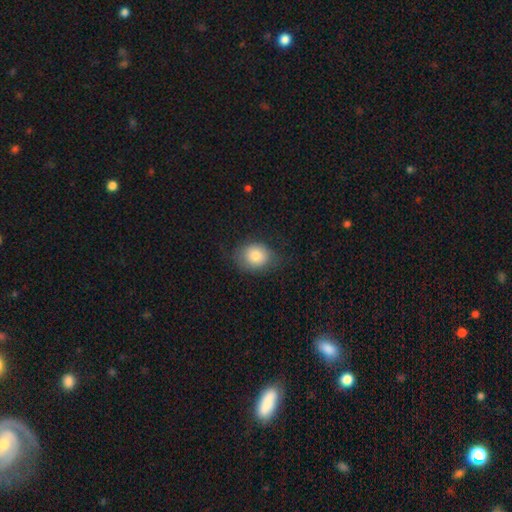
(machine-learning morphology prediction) Smooth or featured? Predicted: smooth (p=0.85). How rounded? Predicted: in between (p=0.50). Merging? Predicted: none (p=0.70).